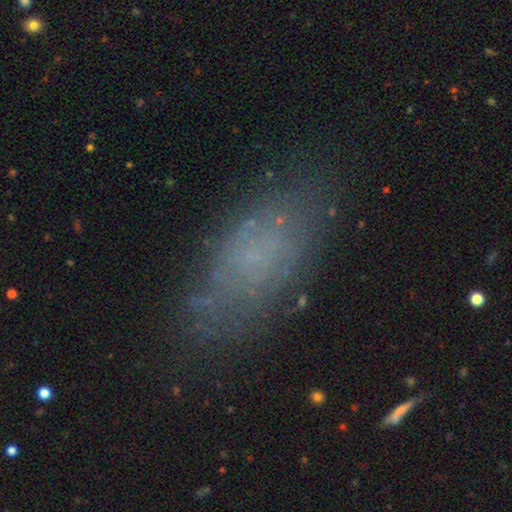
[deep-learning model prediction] A smooth galaxy with no disk features (59%) that is in between round and cigar-shaped (84%).

Vote fractions:
- Smooth or featured? smooth: 59% / featured or disk: 26% / star or artifact: 15%
- How rounded? in between: 84% / cigar-shaped: 12% / round: 4%
- Merging? none: 75% / minor disturbance: 17% / major disturbance: 6% / merger: 2%